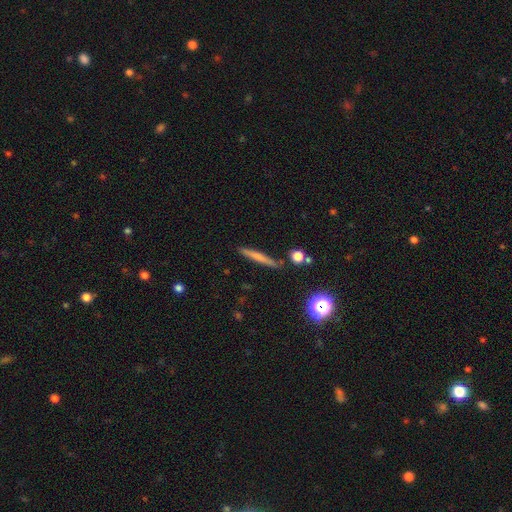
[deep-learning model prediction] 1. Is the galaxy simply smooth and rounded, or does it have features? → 58% smooth, 33% featured or disk, 9% star or artifact.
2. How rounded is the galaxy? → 93% cigar-shaped, 4% in between, 3% round.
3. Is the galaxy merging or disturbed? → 87% none, 8% minor disturbance, 2% merger, 2% major disturbance.